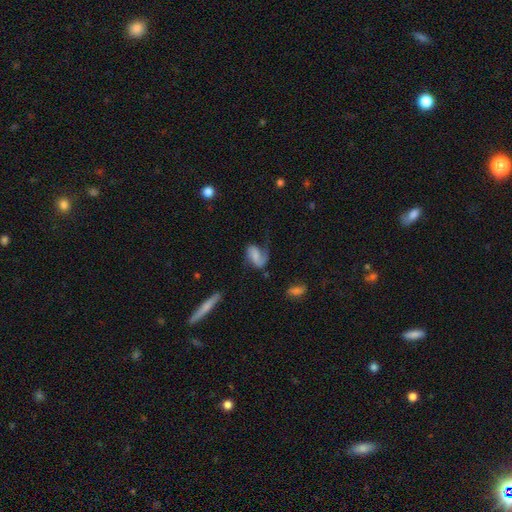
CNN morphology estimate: A featured or disk galaxy (61%) with no bar (48%), 2 (47%) loose (44%) spiral arms (90%) and no central bulge (42%). Merging: none (42%).